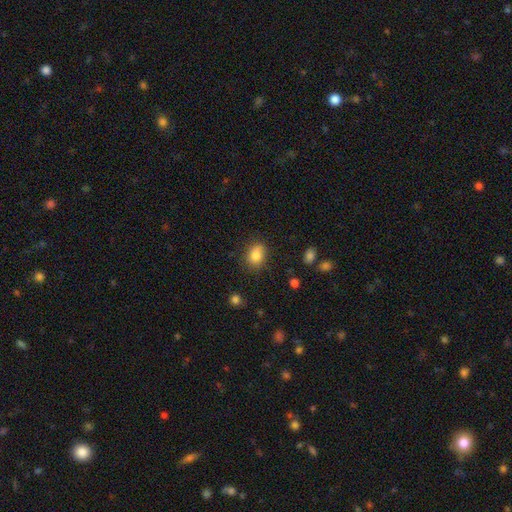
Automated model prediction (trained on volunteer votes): Q: Smooth or featured?
A: smooth (83%); runner-up: star or artifact (9%)
Q: How rounded?
A: in between (56%); runner-up: round (43%)
Q: Merging?
A: none (72%); runner-up: minor disturbance (21%)